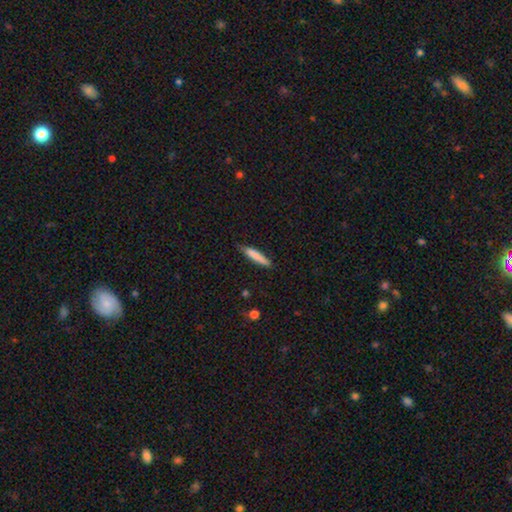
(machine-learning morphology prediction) A smooth galaxy with no disk features (79%) that is cigar-shaped (89%). Merging: none (78%).